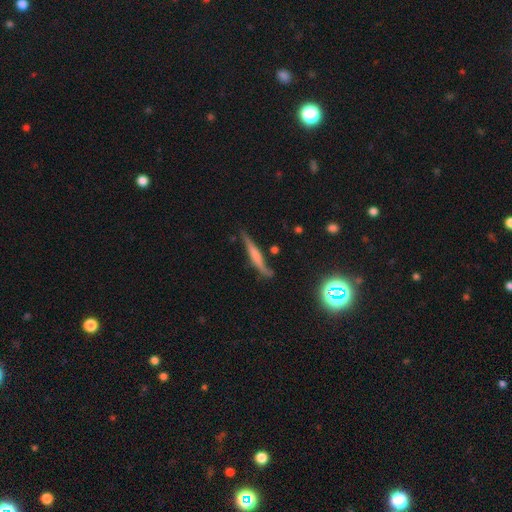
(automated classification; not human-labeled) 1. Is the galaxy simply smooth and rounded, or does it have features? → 52% featured or disk, 39% smooth, 9% star or artifact.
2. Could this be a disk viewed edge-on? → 87% yes, 13% no.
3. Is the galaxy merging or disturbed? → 65% none, 23% minor disturbance, 7% major disturbance, 4% merger.